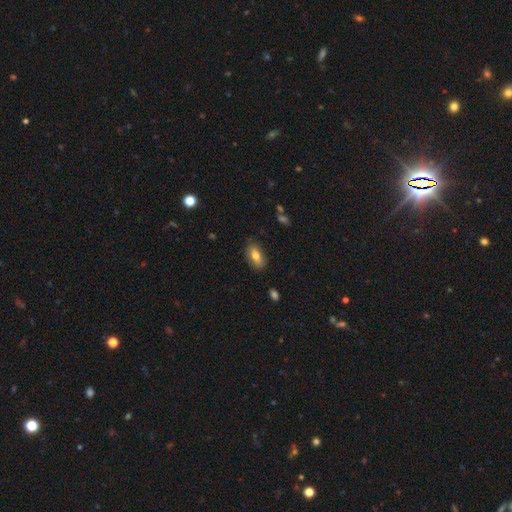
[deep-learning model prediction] This is likely a smooth galaxy (72%). How rounded: clearly in between (88%). Merging: likely none (80%).